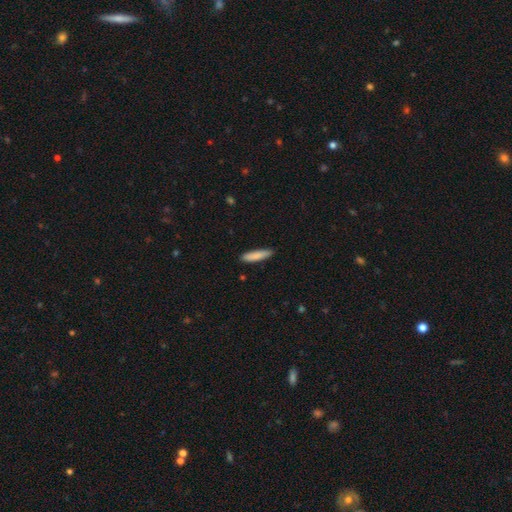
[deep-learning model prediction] Q: Smooth or featured?
A: smooth (86%); runner-up: featured or disk (8%)
Q: How rounded?
A: cigar-shaped (80%); runner-up: in between (19%)
Q: Merging?
A: none (87%); runner-up: minor disturbance (10%)